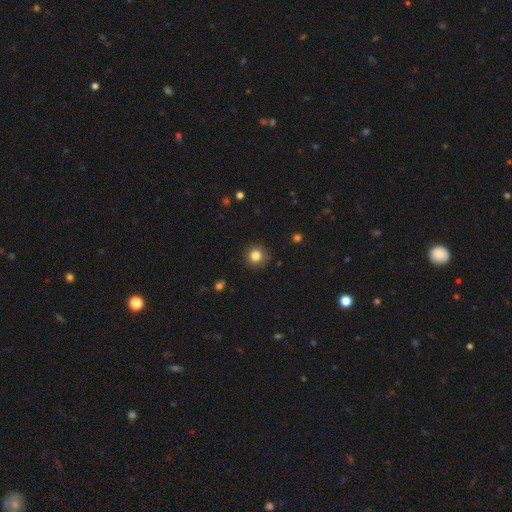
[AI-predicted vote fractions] Smooth or featured?
  - smooth: 83% *
  - star or artifact: 12%
  - featured or disk: 5%
How rounded?
  - round: 93% *
  - in between: 6%
  - cigar-shaped: 1%
Merging?
  - none: 88% *
  - minor disturbance: 9%
  - major disturbance: 2%
  - merger: 1%